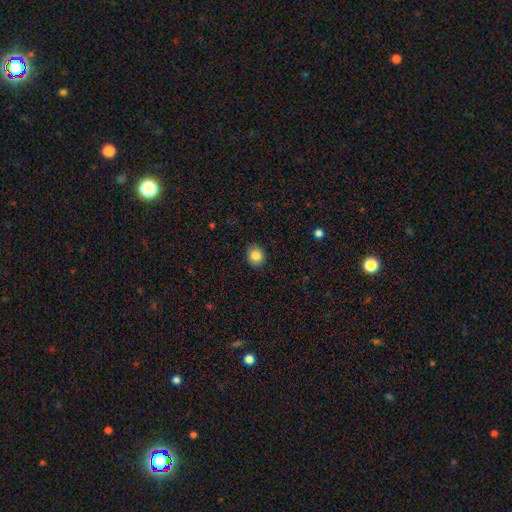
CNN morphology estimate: Overall: smooth (85%). How rounded: round (73%). Merging: none (90%).